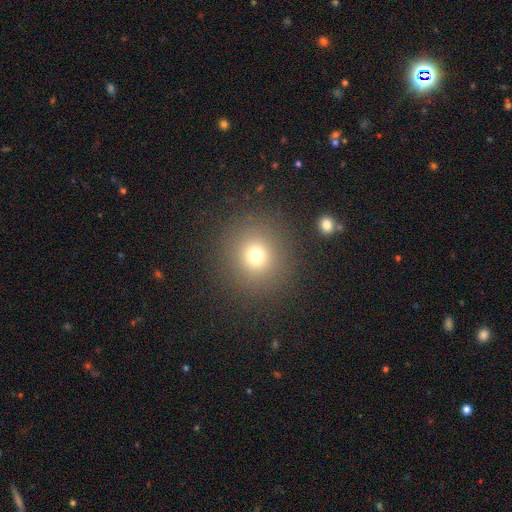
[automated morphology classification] Overall: smooth (72%). How rounded: round (91%). Merging: none (88%).